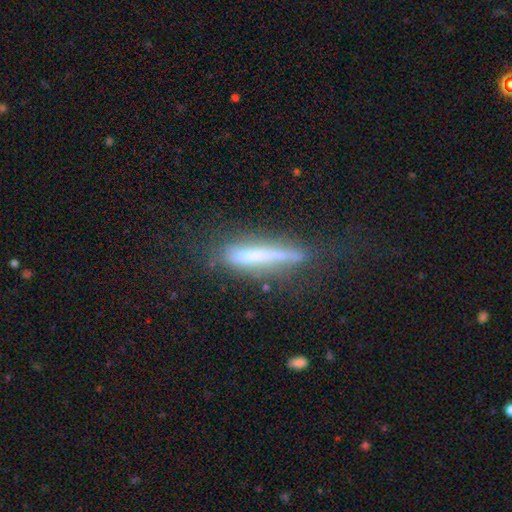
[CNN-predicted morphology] Smooth or featured?
  - featured or disk: 47% *
  - smooth: 43%
  - star or artifact: 9%
Merging?
  - none: 59% *
  - minor disturbance: 23%
  - major disturbance: 13%
  - merger: 4%